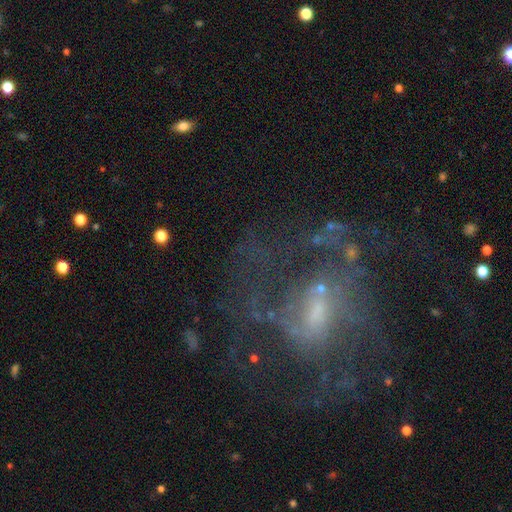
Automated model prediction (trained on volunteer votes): featured or disk 75%, star or artifact 14%, smooth 11%. Down the decision tree: edge-on disk — no (97%); bar — weak (46%); spiral arms — yes (77%); spiral arm count — 2 (37%); spiral winding — medium (45%); bulge size — small (51%); merging — none (55%).